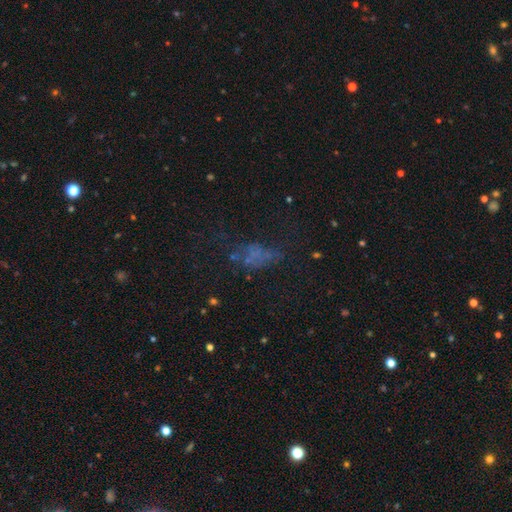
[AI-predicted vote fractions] This appears to be a smooth galaxy with no disk features (39%). Merging: none (42%).